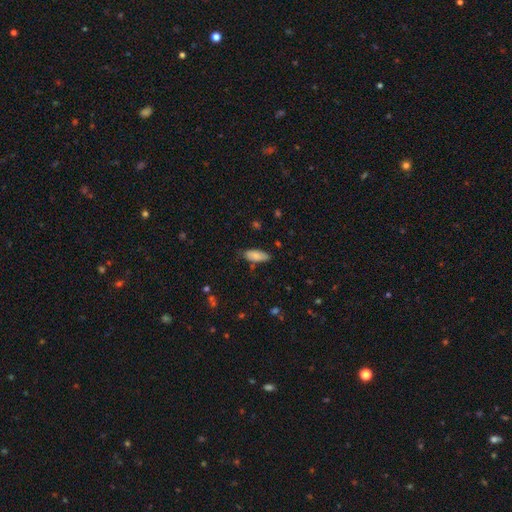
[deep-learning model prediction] A smooth galaxy with no disk features (81%) that is in between round and cigar-shaped (79%). Merging: none (73%).